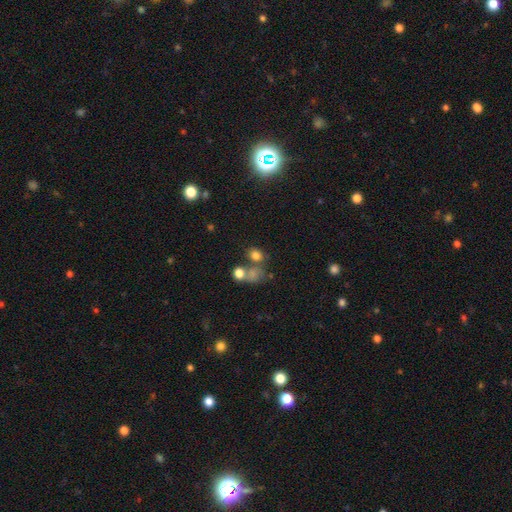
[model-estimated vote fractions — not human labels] Smooth or featured? smooth (75%)
How rounded? round (58%)
Merging? none (53%)